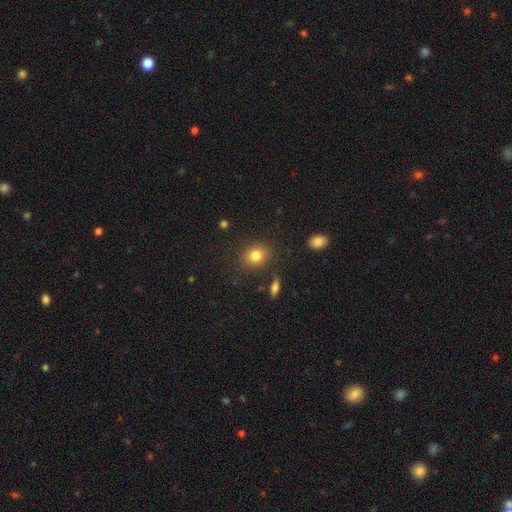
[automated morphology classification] Smooth or featured: smooth — 82% (star or artifact — 11%)
How rounded: round — 62% (in between — 37%)
Merging: none — 84% (minor disturbance — 10%)